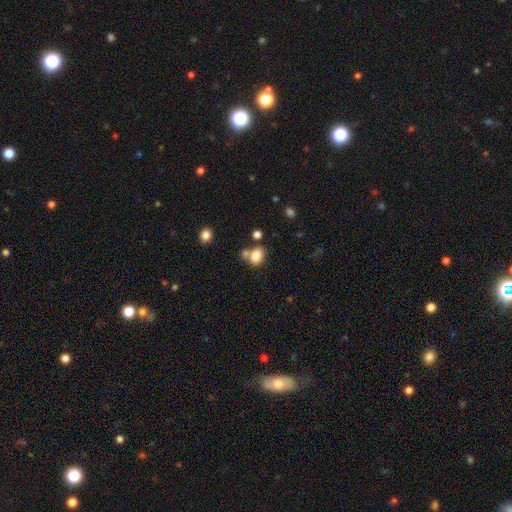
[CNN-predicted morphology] A smooth galaxy with no disk features (82%) that is in between round and cigar-shaped (50%).

Vote fractions:
- Smooth or featured? smooth: 82% / star or artifact: 10% / featured or disk: 8%
- How rounded? in between: 50% / round: 49% / cigar-shaped: 1%
- Merging? none: 57% / merger: 25% / minor disturbance: 13% / major disturbance: 5%